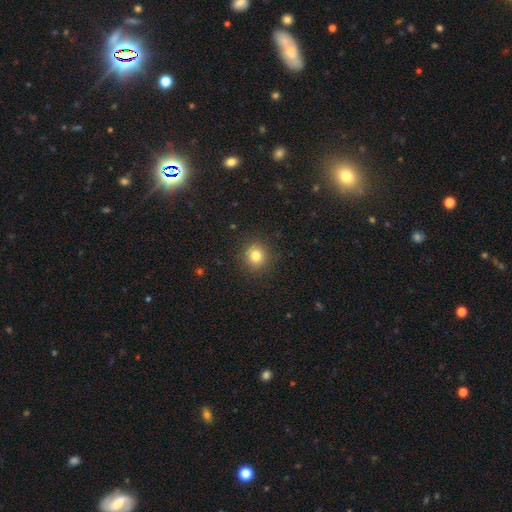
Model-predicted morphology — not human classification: smooth-or-featured: smooth: 80% | star or artifact: 13% | featured or disk: 7%
  how-rounded: round: 88% | in between: 11% | cigar-shaped: 1%
  merging: none: 89% | minor disturbance: 7% | major disturbance: 3% | merger: 1%